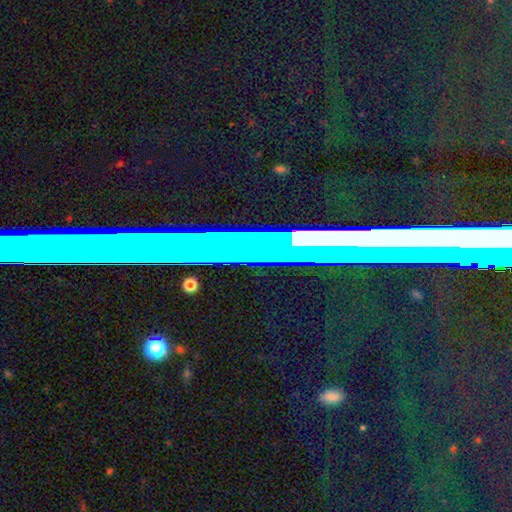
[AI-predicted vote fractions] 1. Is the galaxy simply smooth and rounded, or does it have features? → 68% star or artifact, 17% featured or disk, 15% smooth.